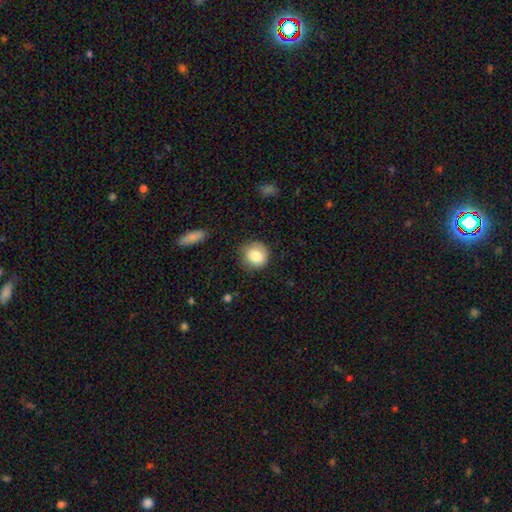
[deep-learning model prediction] smooth-or-featured: smooth: 82% | featured or disk: 10% | star or artifact: 9%
  how-rounded: round: 85% | in between: 14% | cigar-shaped: 1%
  merging: none: 75% | minor disturbance: 19% | major disturbance: 5% | merger: 2%